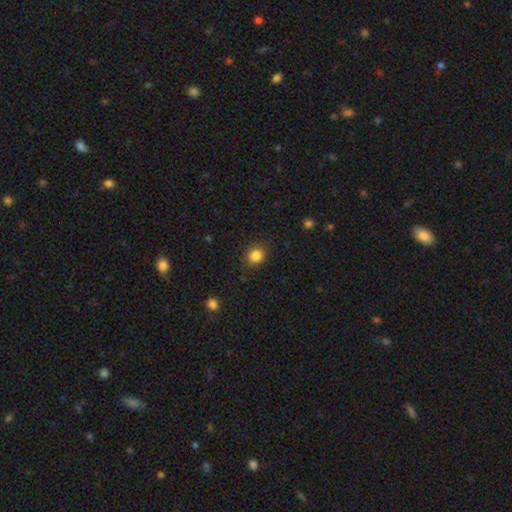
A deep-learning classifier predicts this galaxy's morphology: smooth-or-featured: smooth: 84% | star or artifact: 11% | featured or disk: 5%
  how-rounded: round: 83% | in between: 16% | cigar-shaped: 1%
  merging: none: 86% | minor disturbance: 10% | major disturbance: 3% | merger: 1%